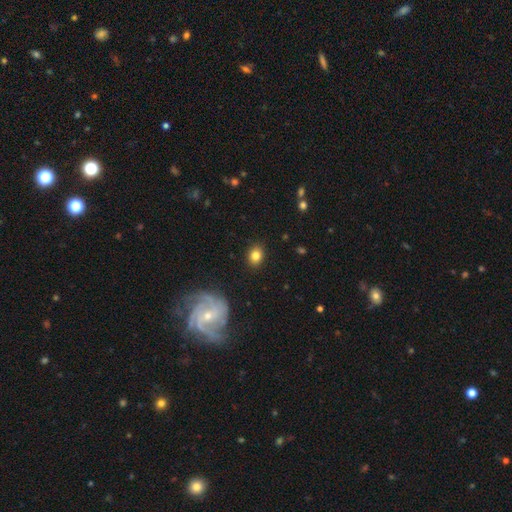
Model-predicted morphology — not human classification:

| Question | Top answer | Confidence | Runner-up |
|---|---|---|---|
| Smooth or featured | smooth | 81% | featured or disk (10%) |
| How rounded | round | 56% | in between (43%) |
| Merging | none | 88% | minor disturbance (9%) |